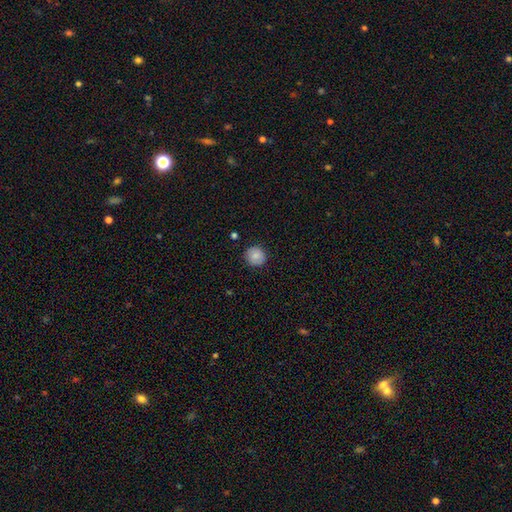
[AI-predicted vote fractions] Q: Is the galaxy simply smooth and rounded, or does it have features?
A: smooth — 86%.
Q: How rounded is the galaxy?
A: round — 92%.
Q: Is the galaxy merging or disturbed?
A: none — 89%.